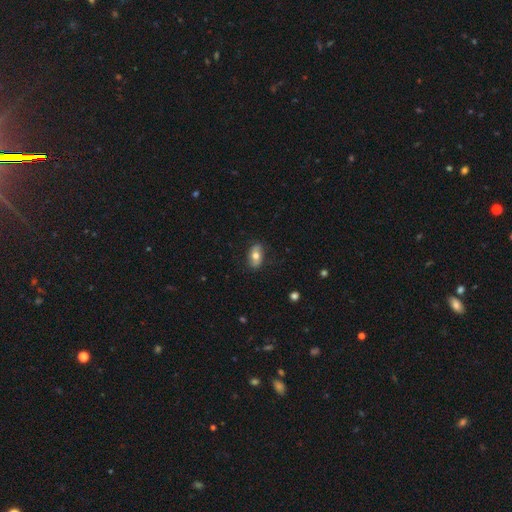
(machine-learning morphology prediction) smooth_or_featured: smooth (p=0.65) [alt: featured or disk p=0.28]
how_rounded: in between (p=0.88) [alt: round p=0.09]
merging: none (p=0.82) [alt: minor disturbance p=0.14]